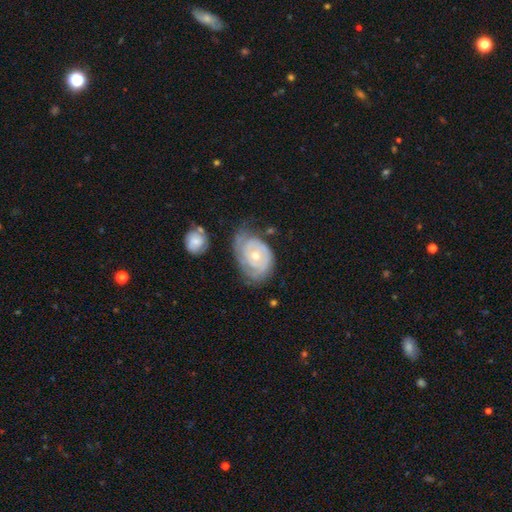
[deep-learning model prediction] featured or disk 81%, smooth 14%, star or artifact 5%. Down the decision tree: edge-on disk — no (97%); bar — no (78%); spiral arms — yes (89%); spiral arm count — 2 (38%); spiral winding — tight (74%); bulge size — moderate (56%); merging — none (51%).